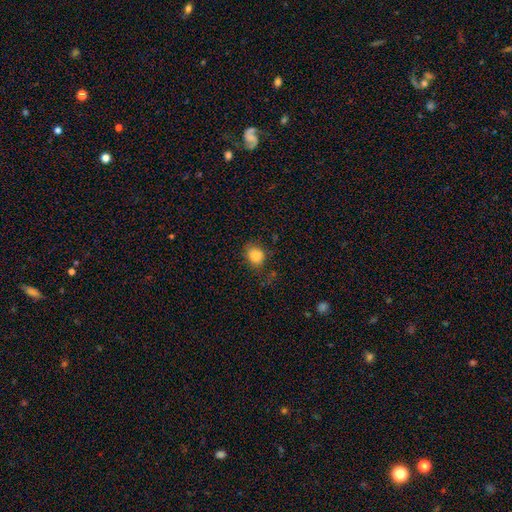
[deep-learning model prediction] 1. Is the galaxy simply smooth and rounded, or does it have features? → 84% smooth, 10% star or artifact, 6% featured or disk.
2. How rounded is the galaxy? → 58% round, 41% in between, 1% cigar-shaped.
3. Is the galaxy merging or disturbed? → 70% none, 20% minor disturbance, 8% major disturbance, 2% merger.